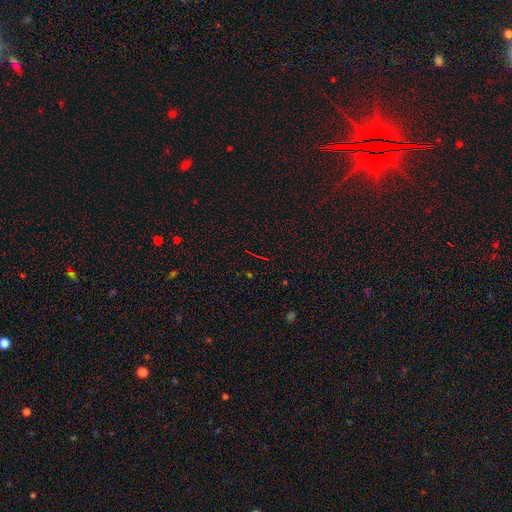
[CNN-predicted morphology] Overall: star or artifact (72%).